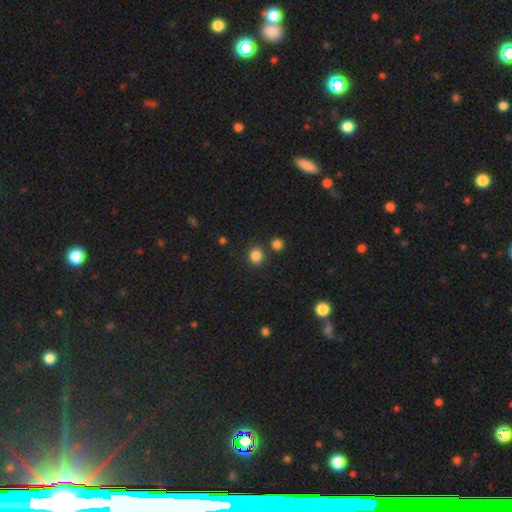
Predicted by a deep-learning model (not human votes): smooth 84%, star or artifact 12%, featured or disk 4%. Down the decision tree: how rounded — round (82%); merging — none (81%).